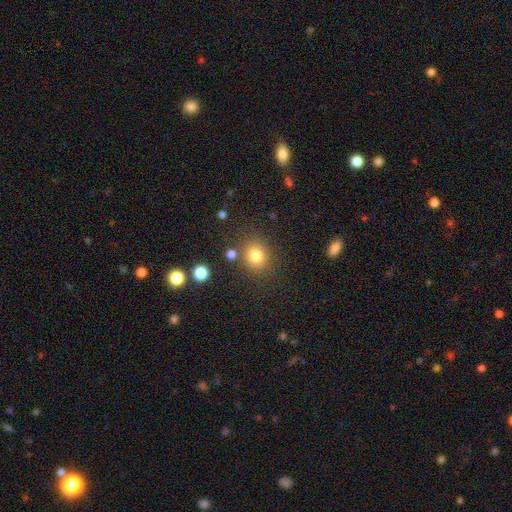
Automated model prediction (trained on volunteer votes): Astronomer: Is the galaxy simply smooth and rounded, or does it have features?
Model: smooth — 79%.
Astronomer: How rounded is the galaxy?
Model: round — 76%.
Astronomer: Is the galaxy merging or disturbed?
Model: none — 80%.